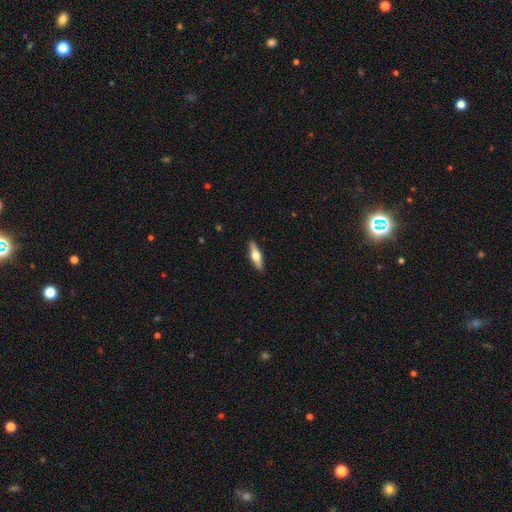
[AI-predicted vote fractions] A featured or disk galaxy (51%) viewed edge-on (94%).

Vote fractions:
- Smooth or featured? featured or disk: 51% / smooth: 44% / star or artifact: 6%
- Edge-on disk? yes: 94% / no: 6%
- Merging? none: 90% / minor disturbance: 7% / major disturbance: 2% / merger: 1%